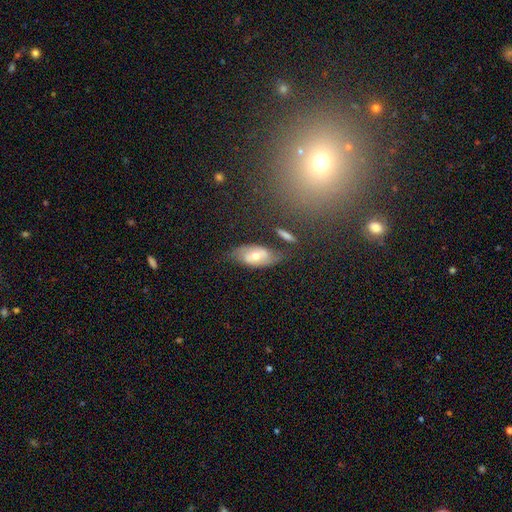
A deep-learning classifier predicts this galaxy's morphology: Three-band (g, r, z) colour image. It shows a featured or disk galaxy (58%) with no bar (56%), spiral arms (75%) and a moderate central bulge (69%). Merging: none (66%).